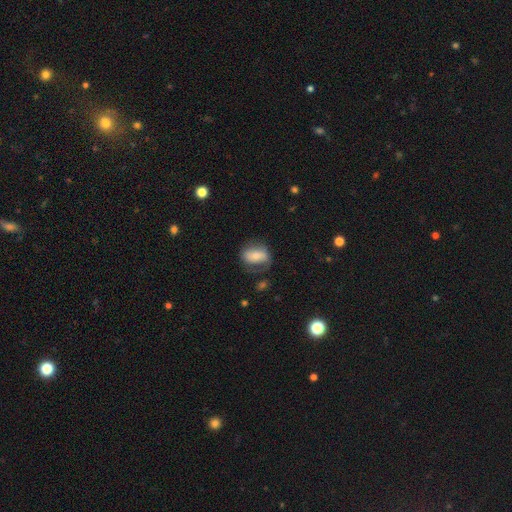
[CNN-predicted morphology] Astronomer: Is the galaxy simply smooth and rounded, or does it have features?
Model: smooth — 55% (runner-up: featured or disk, 37%).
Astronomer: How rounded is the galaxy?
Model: in between — 75%.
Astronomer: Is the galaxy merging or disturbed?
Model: none — 58%.